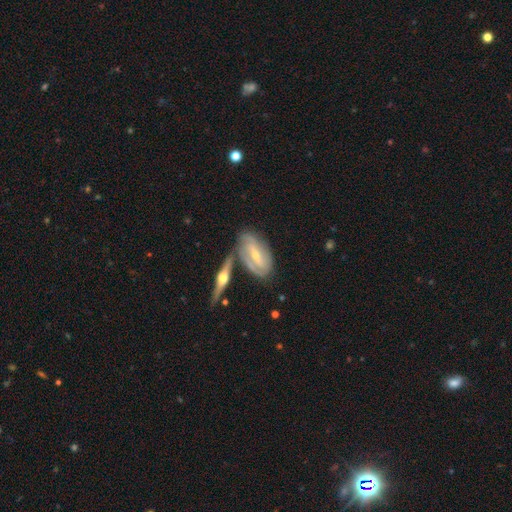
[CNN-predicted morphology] Smooth or featured? Predicted: featured or disk (p=0.78). Edge-on disk? Predicted: no (p=0.84). Bar? Predicted: weak (p=0.42). Spiral arms? Predicted: yes (p=0.88). Spiral winding? Predicted: tight (p=0.54). Spiral arm count? Predicted: 2 (p=0.48). Bulge size? Predicted: small (p=0.62). Merging? Predicted: none (p=0.59).